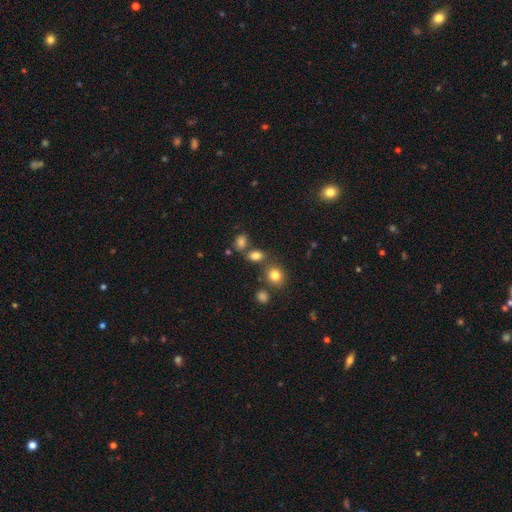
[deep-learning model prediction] Overall: smooth (80%). How rounded: in between (68%; round 30%). Merging: none (62%).